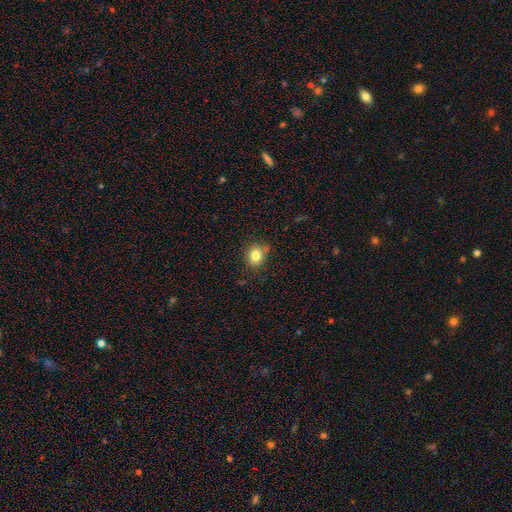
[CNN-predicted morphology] The model was most divided on "how rounded": round: 69%, in between: 30%, cigar-shaped: 1%. More confident: smooth or featured — smooth (81%); merging — none (77%).